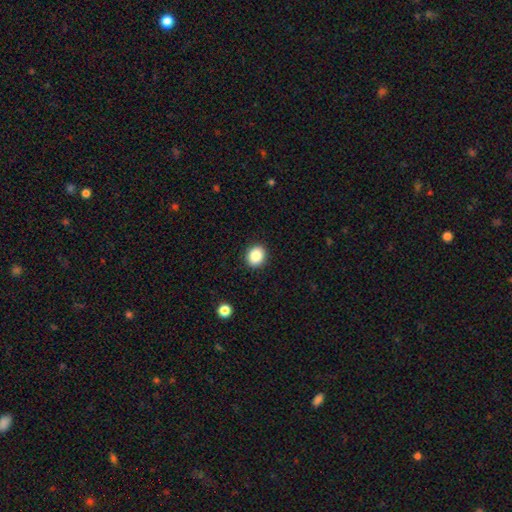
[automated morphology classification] type=smooth (87%); roundness=round (66%); merging=none (91%).